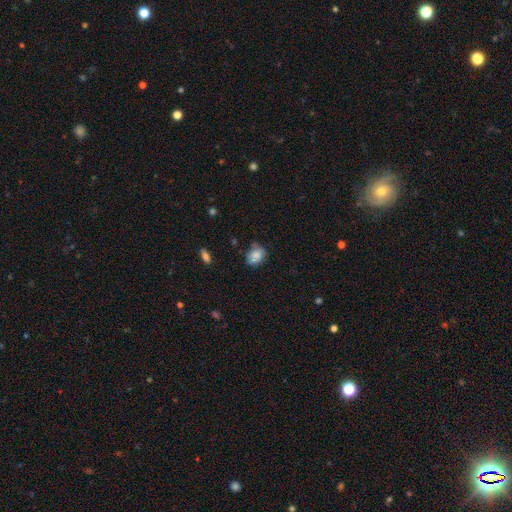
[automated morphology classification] smooth_or_featured: smooth (p=0.78) [alt: featured or disk p=0.13]
how_rounded: in between (p=0.52) [alt: round p=0.47]
merging: none (p=0.58) [alt: minor disturbance p=0.30]